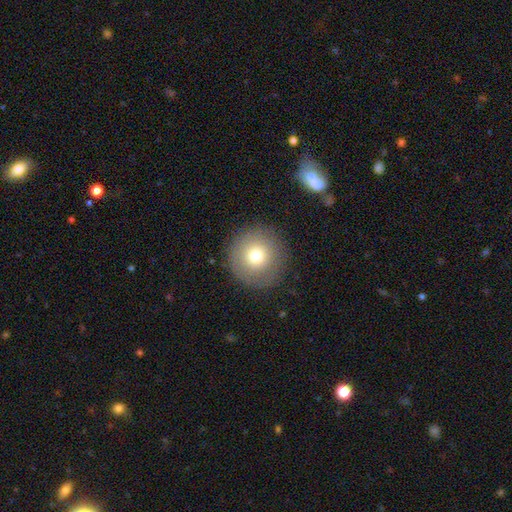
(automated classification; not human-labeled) A smooth galaxy with no disk features (75%) that is round (95%).

Vote fractions:
- Smooth or featured? smooth: 75% / featured or disk: 15% / star or artifact: 10%
- How rounded? round: 95% / in between: 4% / cigar-shaped: 1%
- Merging? none: 88% / minor disturbance: 7% / major disturbance: 3% / merger: 1%